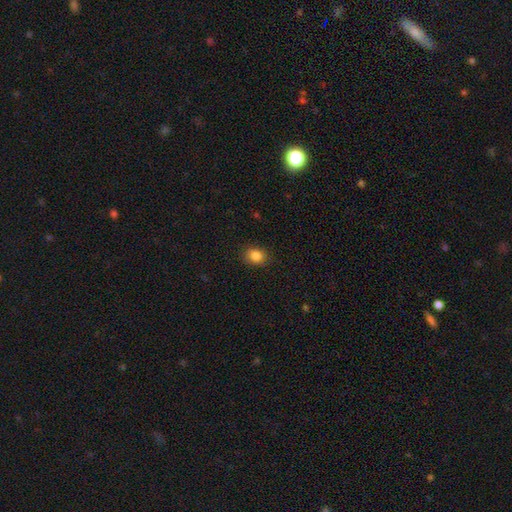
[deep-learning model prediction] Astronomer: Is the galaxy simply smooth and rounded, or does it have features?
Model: smooth — 85%.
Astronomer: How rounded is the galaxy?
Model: in between — 50% (runner-up: round, 49%).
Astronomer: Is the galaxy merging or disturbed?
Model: none — 87%.